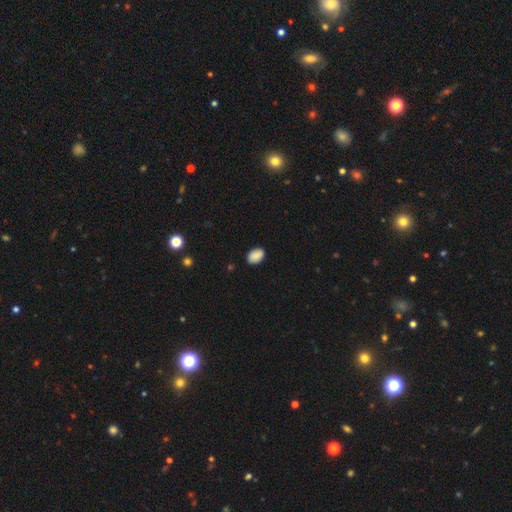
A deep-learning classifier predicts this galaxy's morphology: A smooth galaxy with no disk features (89%) that is in between round and cigar-shaped (86%).

Vote fractions:
- Smooth or featured? smooth: 89% / star or artifact: 7% / featured or disk: 4%
- How rounded? in between: 86% / round: 13% / cigar-shaped: 1%
- Merging? none: 87% / minor disturbance: 10% / major disturbance: 2% / merger: 1%